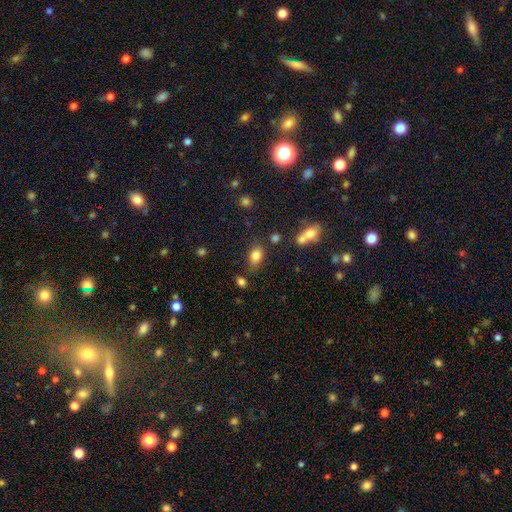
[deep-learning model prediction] This is clearly a smooth galaxy (82%). How rounded: clearly in between (80%). Merging: likely none (67%).